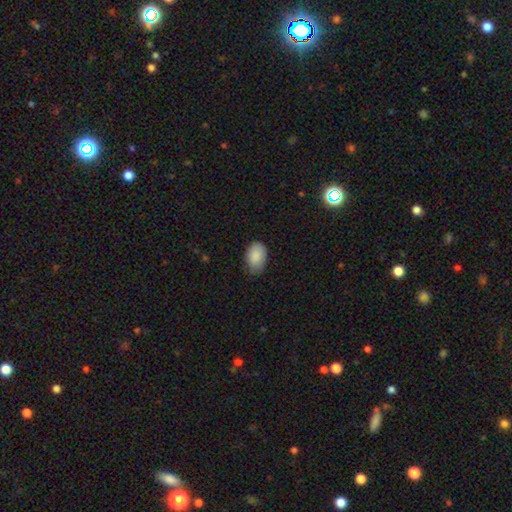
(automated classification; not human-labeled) This is clearly a smooth galaxy (87%). How rounded: clearly in between (90%). Merging: likely none (68%).